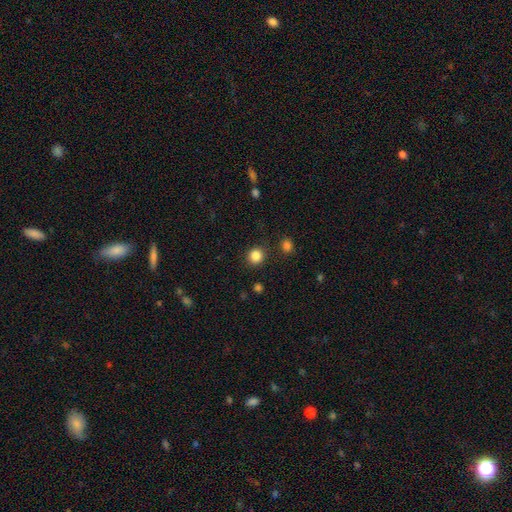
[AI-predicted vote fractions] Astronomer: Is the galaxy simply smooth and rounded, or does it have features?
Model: smooth — 85%.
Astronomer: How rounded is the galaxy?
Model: round — 91%.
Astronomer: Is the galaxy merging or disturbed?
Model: none — 89%.